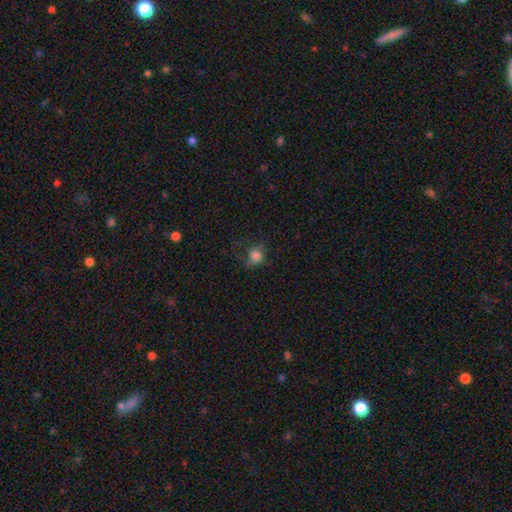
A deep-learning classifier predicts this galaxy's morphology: This appears to be a smooth galaxy with no disk features (76%) that is round (71%). Merging: none (48%).